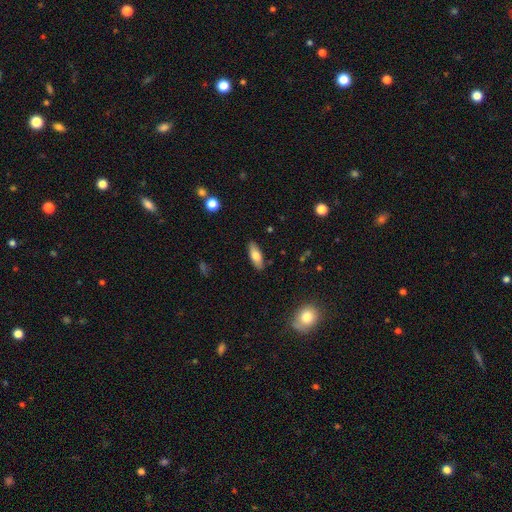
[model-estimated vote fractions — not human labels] Morphology: type=smooth (74%); roundness=in between (72%); merging=none (88%).